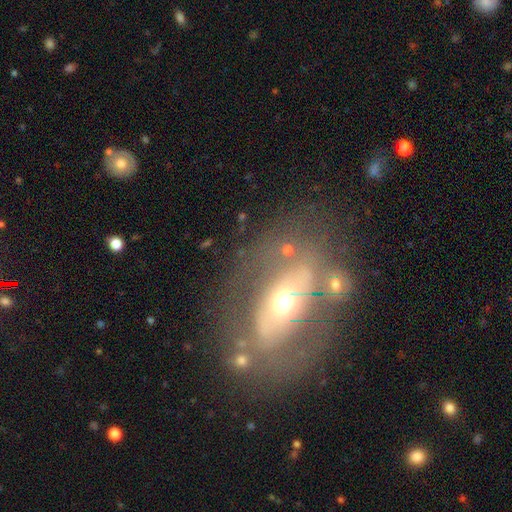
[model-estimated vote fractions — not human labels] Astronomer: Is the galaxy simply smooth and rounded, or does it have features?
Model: featured or disk — 67%.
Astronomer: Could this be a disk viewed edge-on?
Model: no — 86%.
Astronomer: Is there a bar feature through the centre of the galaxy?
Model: no — 50% (runner-up: strong, 26%).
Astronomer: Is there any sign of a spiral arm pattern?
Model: no — 67%.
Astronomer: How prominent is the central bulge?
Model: moderate — 65%.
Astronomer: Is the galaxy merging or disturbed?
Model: none — 72%.